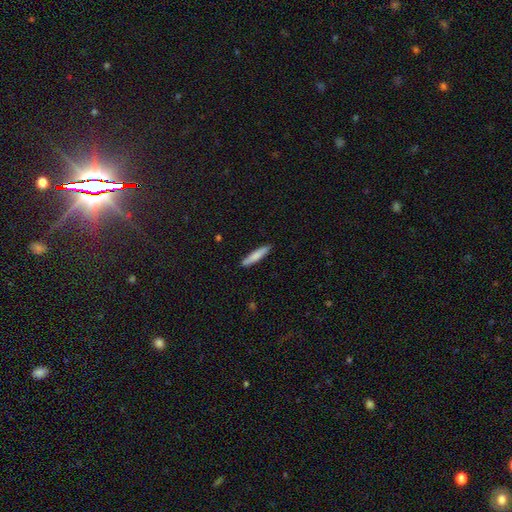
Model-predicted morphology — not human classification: A smooth galaxy with no disk features (79%) that is cigar-shaped (88%). Merging: none (88%).